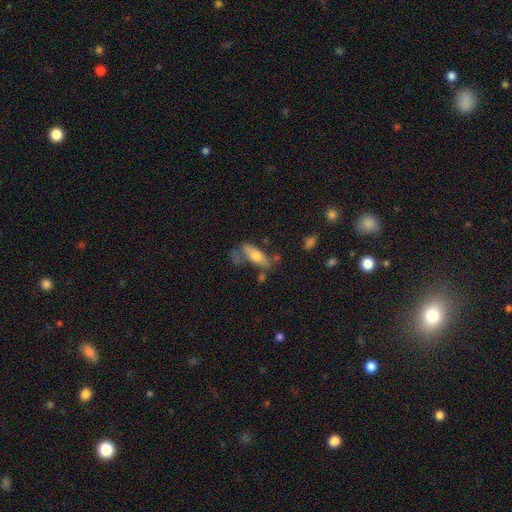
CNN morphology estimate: Overall: smooth (63%; featured or disk 30%). How rounded: in between (58%; cigar-shaped 39%). Merging: none (43%; minor disturbance 24%).